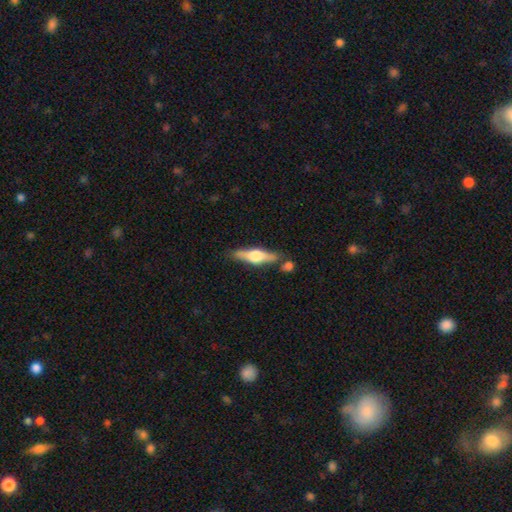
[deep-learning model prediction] Morphology: type=featured or disk (60%); edge-on=yes (94%); edge-on bulge=rounded (92%); merging=none (73%).